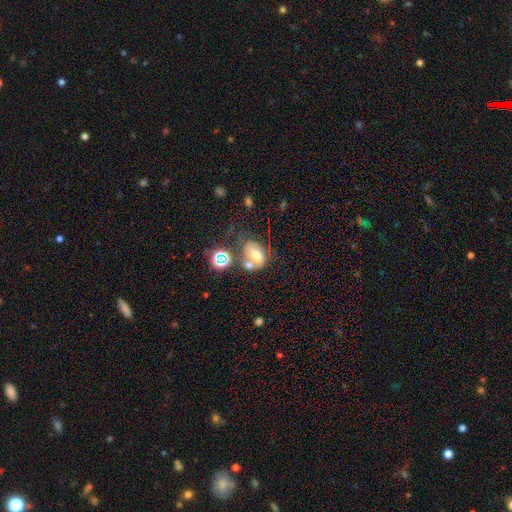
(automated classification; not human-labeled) Morphology: type=smooth (50%); roundness=in between (70%); merging=none (34%).